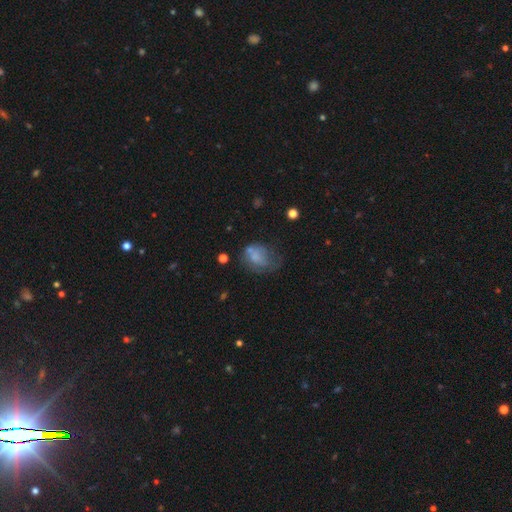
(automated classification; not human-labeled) This is possibly a smooth galaxy (58%). How rounded: likely in between (62%). Merging: marginally major disturbance (37%).